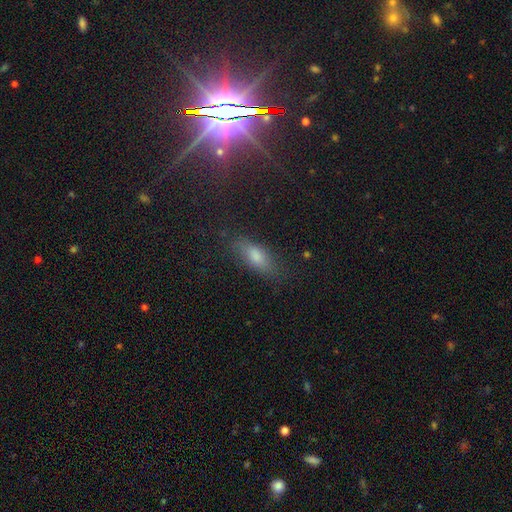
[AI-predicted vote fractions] A smooth galaxy with no disk features (65%) that is in between round and cigar-shaped (64%).

Vote fractions:
- Smooth or featured? smooth: 65% / featured or disk: 18% / star or artifact: 17%
- How rounded? in between: 64% / cigar-shaped: 31% / round: 5%
- Merging? none: 78% / minor disturbance: 15% / major disturbance: 5% / merger: 2%